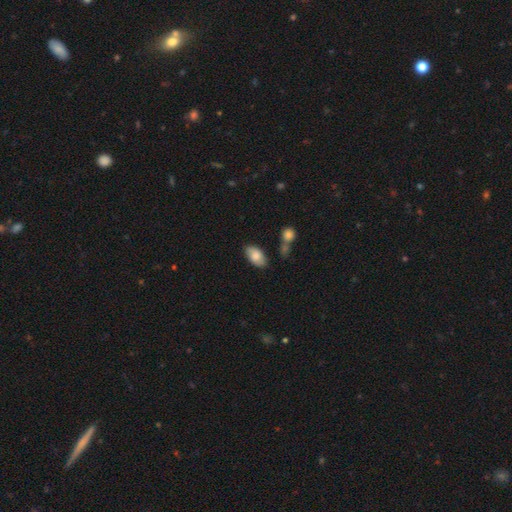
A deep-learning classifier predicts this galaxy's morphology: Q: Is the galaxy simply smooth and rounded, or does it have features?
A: smooth — 81%.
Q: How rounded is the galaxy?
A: in between — 94%.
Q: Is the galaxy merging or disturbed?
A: none — 75%.